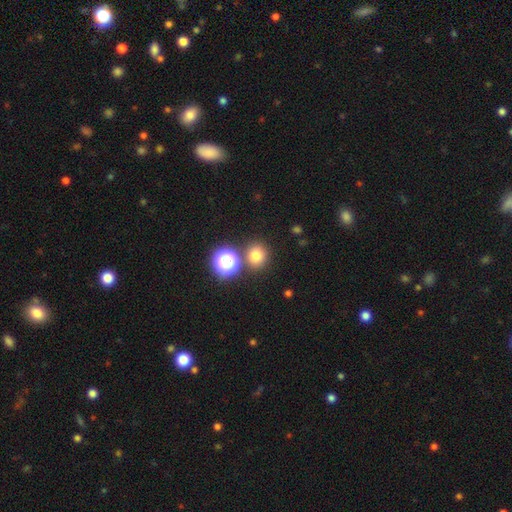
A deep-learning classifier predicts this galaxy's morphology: A smooth galaxy with no disk features (74%) that is round (84%). Merging: none (78%).